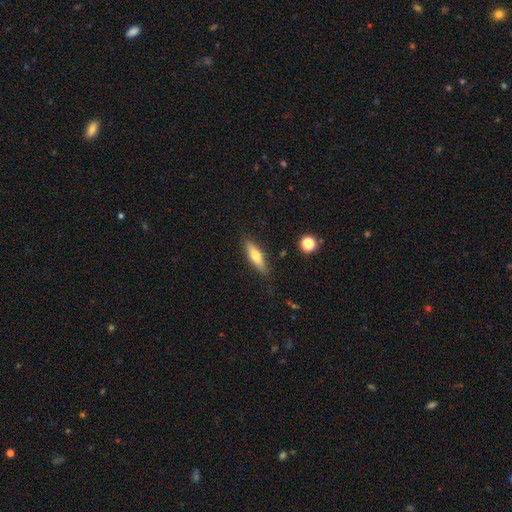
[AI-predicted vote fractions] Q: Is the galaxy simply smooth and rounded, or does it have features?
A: smooth — 60%.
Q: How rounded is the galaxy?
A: cigar-shaped — 61%.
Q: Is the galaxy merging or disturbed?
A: none — 84%.